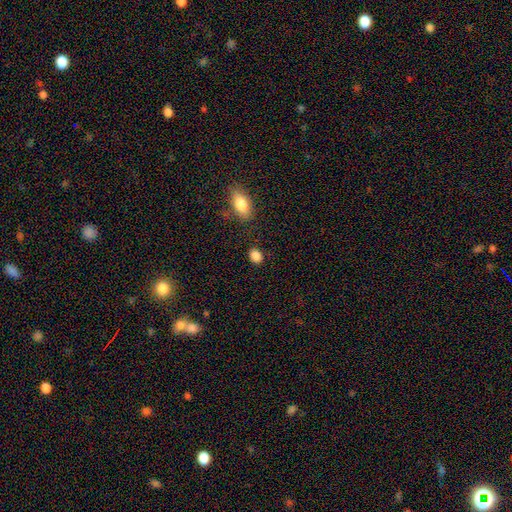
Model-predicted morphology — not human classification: A smooth galaxy with no disk features (87%) that is in between round and cigar-shaped (57%). Merging: none (82%).